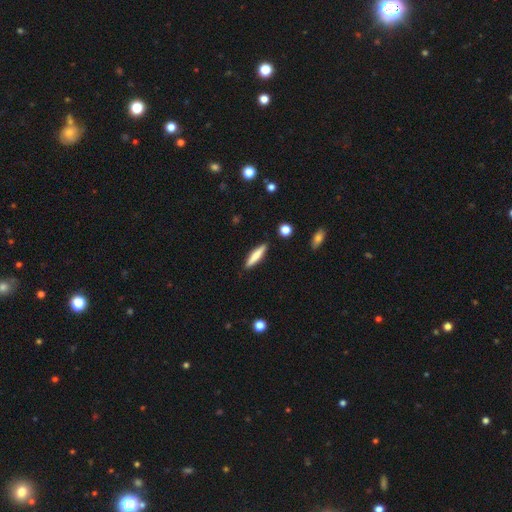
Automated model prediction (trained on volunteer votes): A smooth galaxy with no disk features (71%) that is cigar-shaped (84%). Merging: none (89%).